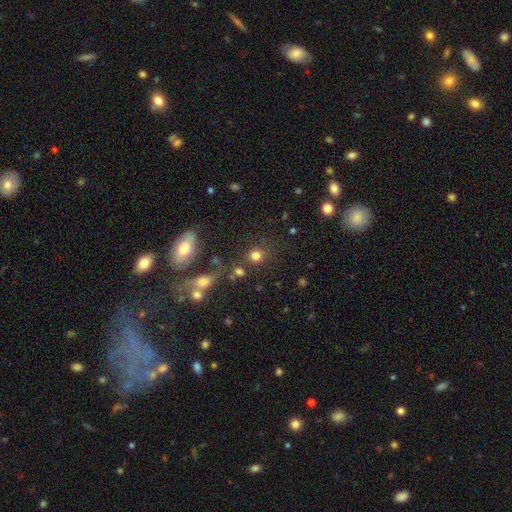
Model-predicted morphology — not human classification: Q: Smooth or featured?
A: smooth (79%); runner-up: star or artifact (14%)
Q: How rounded?
A: round (81%); runner-up: in between (17%)
Q: Merging?
A: none (74%); runner-up: merger (11%)